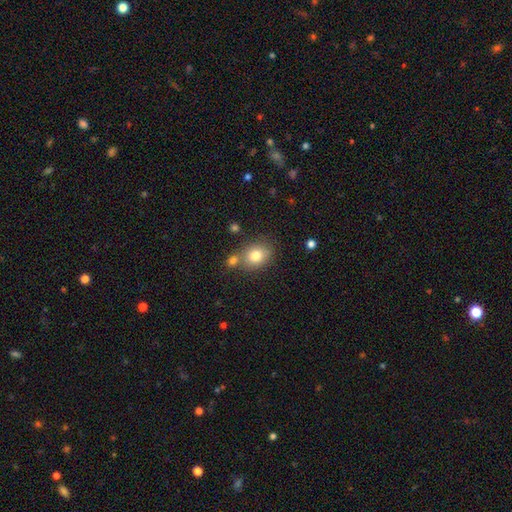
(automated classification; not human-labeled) Q: Smooth or featured?
A: smooth (79%); runner-up: featured or disk (11%)
Q: How rounded?
A: round (52%); runner-up: in between (47%)
Q: Merging?
A: none (62%); runner-up: merger (21%)